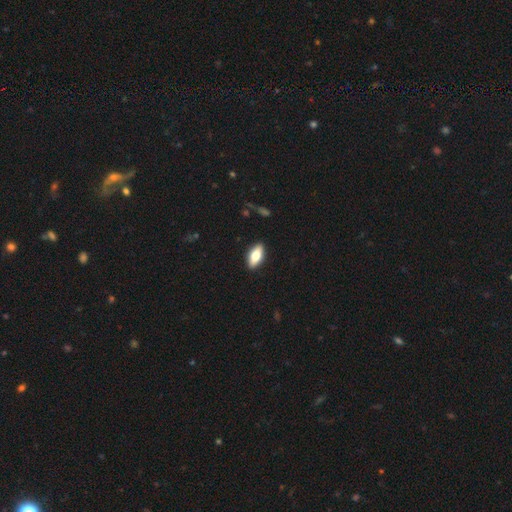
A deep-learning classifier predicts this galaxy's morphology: The model was most divided on "smooth or featured": smooth: 69%, featured or disk: 25%, star or artifact: 6%. More confident: merging — none (89%); how rounded — in between (84%).